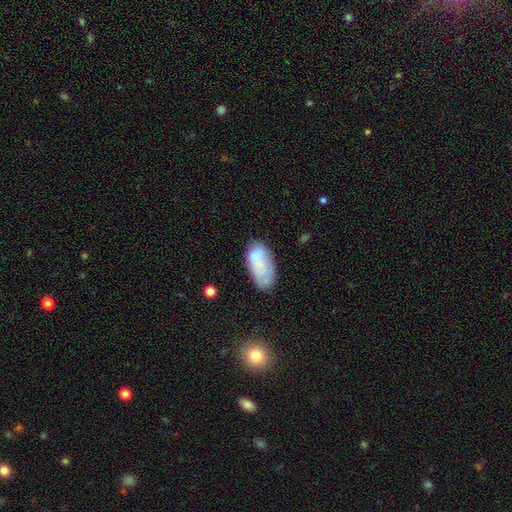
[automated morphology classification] Smooth or featured?
  - smooth: 62% *
  - featured or disk: 30%
  - star or artifact: 7%
How rounded?
  - in between: 93% *
  - round: 4%
  - cigar-shaped: 3%
Merging?
  - none: 51% *
  - minor disturbance: 25%
  - merger: 15%
  - major disturbance: 9%